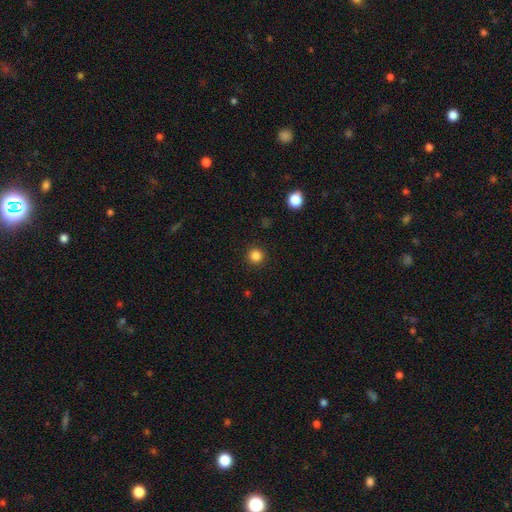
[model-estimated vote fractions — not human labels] Overall: smooth (84%). How rounded: round (96%). Merging: none (92%).